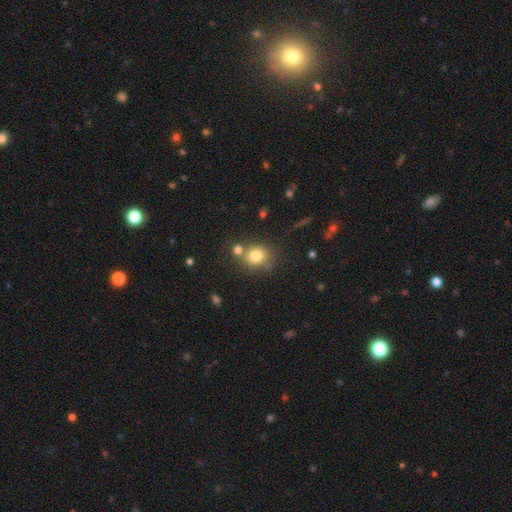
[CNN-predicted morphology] Overall: smooth (79%). How rounded: round (76%). Merging: none (60%; merger 24%).